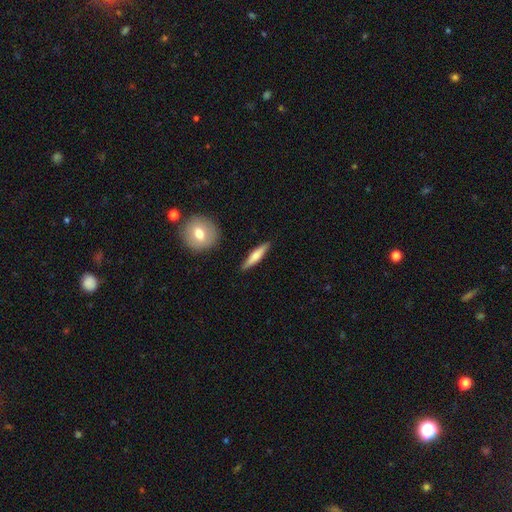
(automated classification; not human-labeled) Smooth or featured: smooth — 58% (featured or disk — 37%)
How rounded: cigar-shaped — 85% (in between — 13%)
Merging: none — 88% (minor disturbance — 8%)